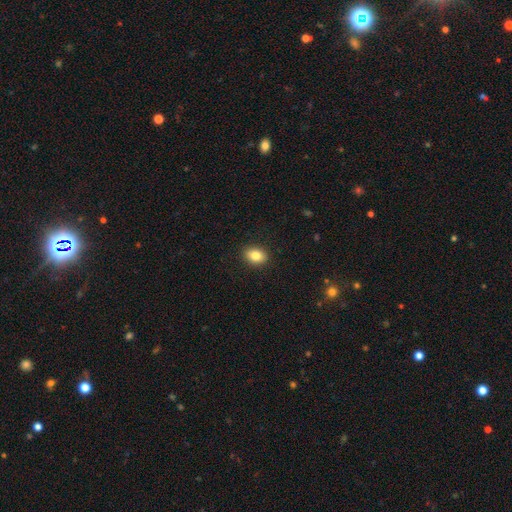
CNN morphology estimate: A smooth galaxy with no disk features (83%) that is in between round and cigar-shaped (73%).

Vote fractions:
- Smooth or featured? smooth: 83% / star or artifact: 9% / featured or disk: 8%
- How rounded? in between: 73% / round: 26% / cigar-shaped: 1%
- Merging? none: 90% / minor disturbance: 7% / major disturbance: 2% / merger: 1%